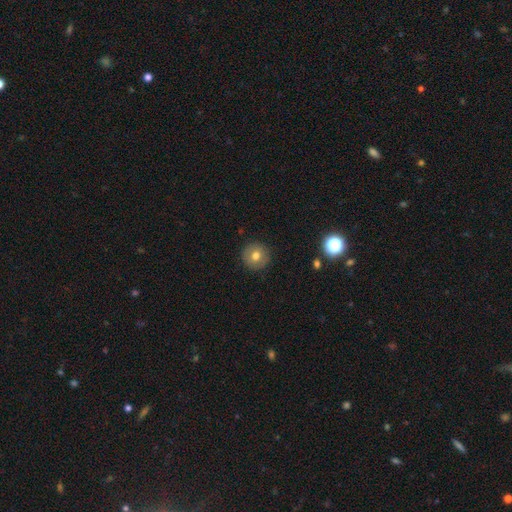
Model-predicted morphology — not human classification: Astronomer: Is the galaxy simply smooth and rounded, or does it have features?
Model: smooth — 71%.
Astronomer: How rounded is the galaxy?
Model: round — 95%.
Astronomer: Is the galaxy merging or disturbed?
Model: none — 90%.